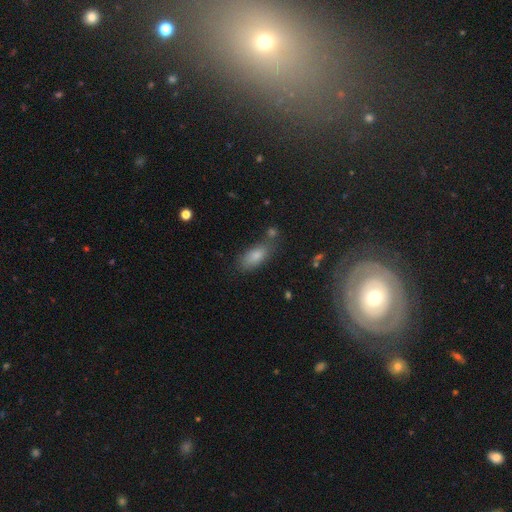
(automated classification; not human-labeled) This is clearly a smooth galaxy (82%). How rounded: clearly in between (80%). Merging: likely none (64%).